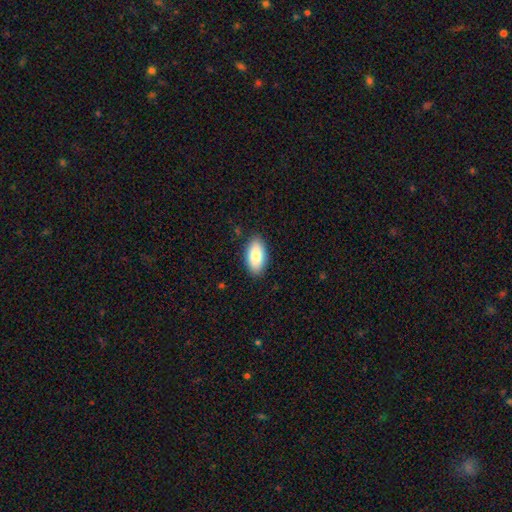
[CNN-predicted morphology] The model was most divided on "smooth or featured": smooth: 83%, featured or disk: 10%, star or artifact: 6%. More confident: how rounded — in between (94%); merging — none (88%).